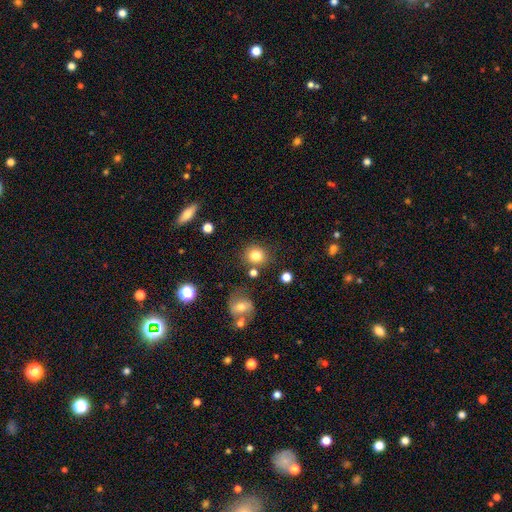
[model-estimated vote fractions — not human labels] This appears to be a smooth galaxy with no disk features (81%) that is round (84%). Merging: none (78%).